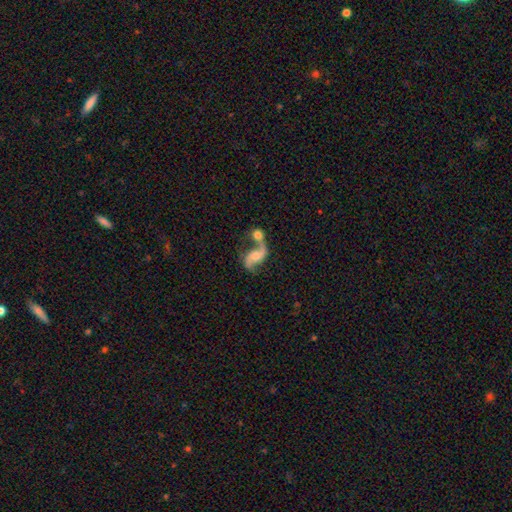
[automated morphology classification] The model was most divided on "bulge size": moderate: 42%, small: 35%, none: 12%, large: 8%, dominant: 2%. More confident: edge-on disk — no (96%); spiral arms — yes (92%); spiral arm count — 2 (87%); spiral winding — loose (77%); smooth or featured — featured or disk (77%); bar — no (54%); merging — merger (51%).